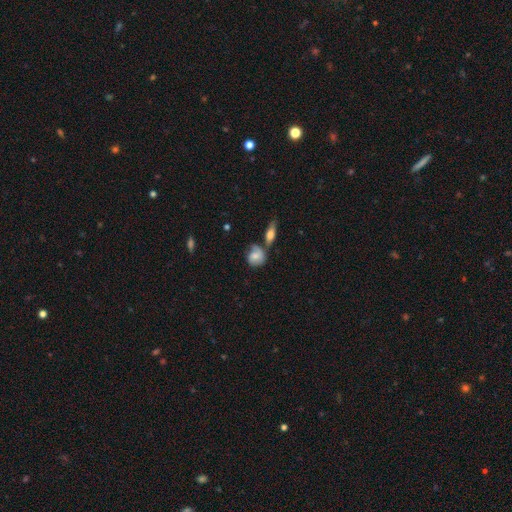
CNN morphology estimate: Overall: smooth (67%). How rounded: round (69%). Merging: none (52%; minor disturbance 23%).